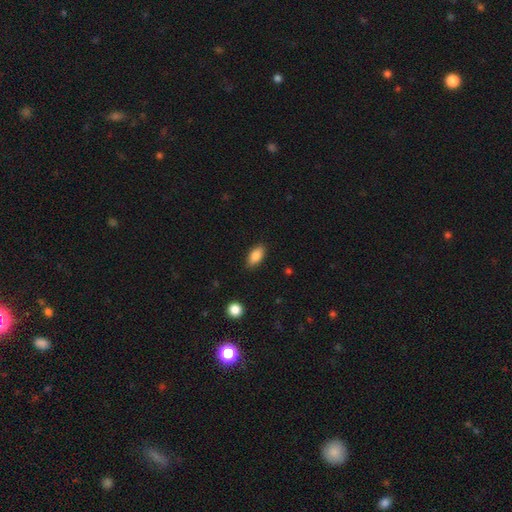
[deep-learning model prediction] This is clearly a smooth galaxy (87%). How rounded: clearly in between (91%). Merging: clearly none (86%).